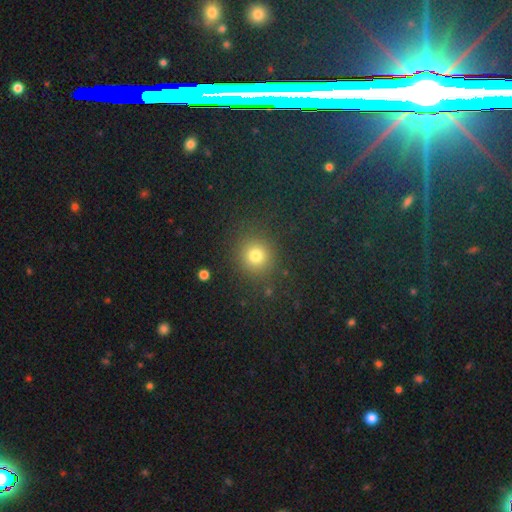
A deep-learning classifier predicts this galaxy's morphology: smooth-or-featured: smooth: 76% | star or artifact: 17% | featured or disk: 6%
  how-rounded: round: 89% | in between: 10% | cigar-shaped: 1%
  merging: none: 87% | minor disturbance: 7% | major disturbance: 4% | merger: 2%